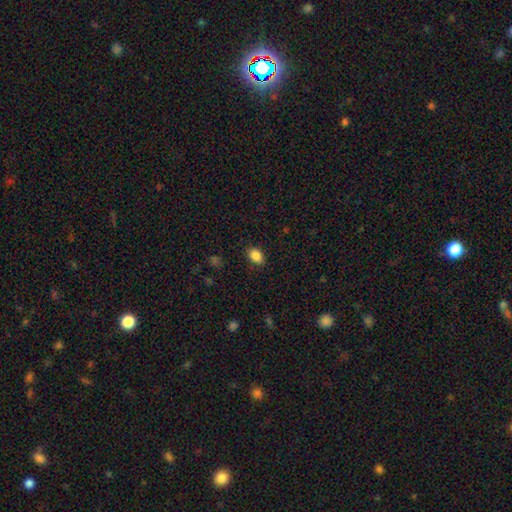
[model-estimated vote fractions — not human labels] Smooth or featured? Predicted: smooth (p=0.87). How rounded? Predicted: in between (p=0.79). Merging? Predicted: none (p=0.85).